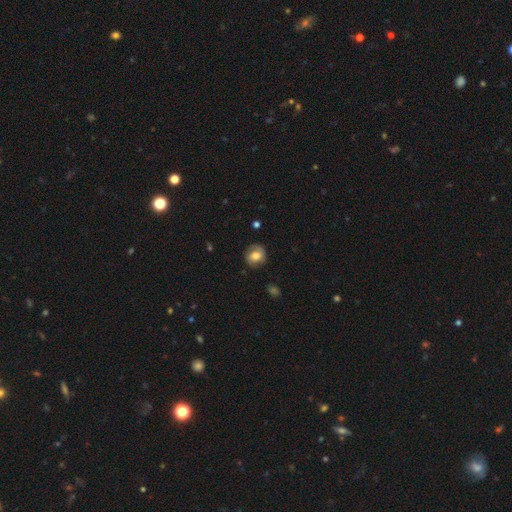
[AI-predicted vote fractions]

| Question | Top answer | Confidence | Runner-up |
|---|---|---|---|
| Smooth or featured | smooth | 60% | featured or disk (31%) |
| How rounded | round | 77% | in between (22%) |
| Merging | none | 78% | minor disturbance (16%) |